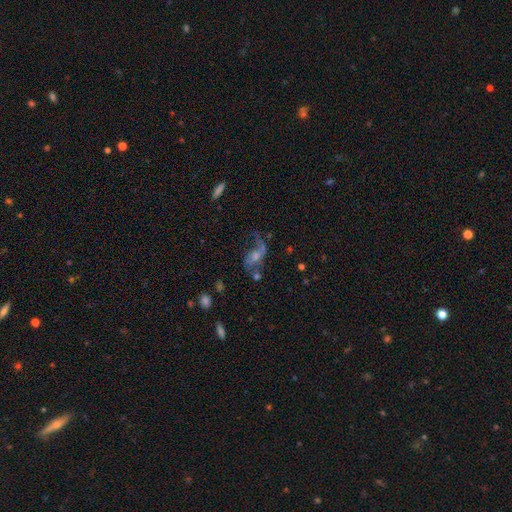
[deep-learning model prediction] Morphology: type=featured or disk (68%); edge-on=no (94%); bar=no (50%); spiral arms=yes (82%); winding=loose (79%); arm count=2 (75%); bulge=moderate (46%); merging=none (39%).